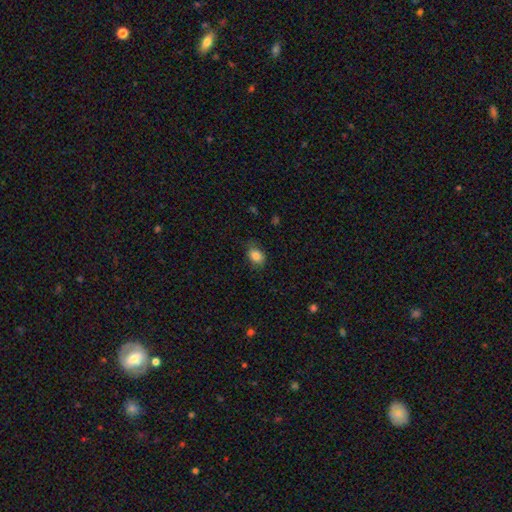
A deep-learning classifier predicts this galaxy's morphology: This is clearly a smooth galaxy (85%). How rounded: likely in between (67%). Merging: likely none (75%).